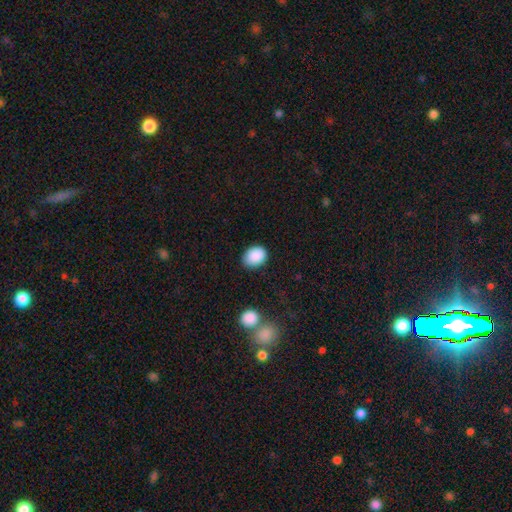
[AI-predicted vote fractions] A smooth galaxy with no disk features (89%) that is in between round and cigar-shaped (66%).

Vote fractions:
- Smooth or featured? smooth: 89% / star or artifact: 8% / featured or disk: 3%
- How rounded? in between: 66% / round: 33% / cigar-shaped: 1%
- Merging? none: 80% / minor disturbance: 16% / major disturbance: 3% / merger: 2%